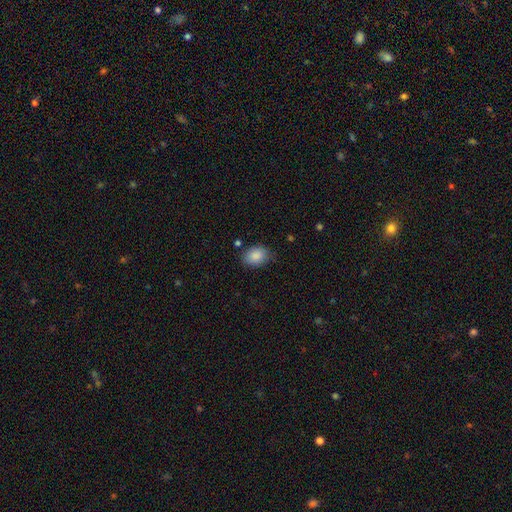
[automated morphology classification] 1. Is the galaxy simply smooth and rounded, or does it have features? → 88% smooth, 7% star or artifact, 5% featured or disk.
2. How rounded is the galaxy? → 78% in between, 20% round, 1% cigar-shaped.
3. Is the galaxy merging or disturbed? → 77% none, 17% minor disturbance, 4% major disturbance, 3% merger.